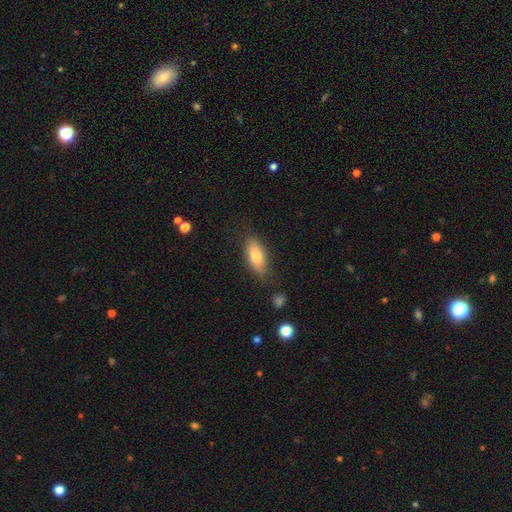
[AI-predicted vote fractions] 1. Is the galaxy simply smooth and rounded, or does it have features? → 78% smooth, 15% featured or disk, 7% star or artifact.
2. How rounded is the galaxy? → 82% in between, 14% cigar-shaped, 3% round.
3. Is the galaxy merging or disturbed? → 77% none, 17% minor disturbance, 4% major disturbance, 2% merger.